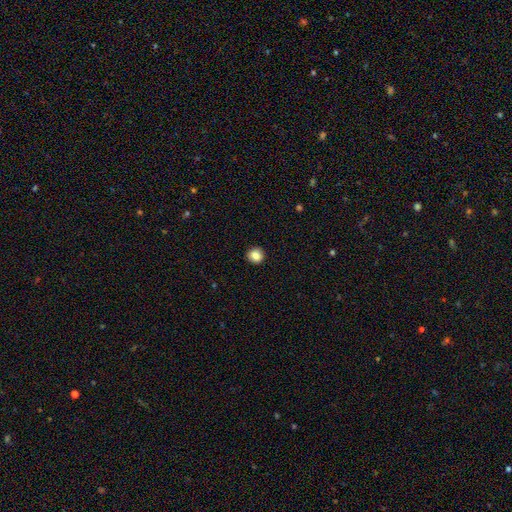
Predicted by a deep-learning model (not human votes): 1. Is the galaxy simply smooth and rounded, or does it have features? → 86% smooth, 10% star or artifact, 5% featured or disk.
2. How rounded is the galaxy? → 91% round, 8% in between, 1% cigar-shaped.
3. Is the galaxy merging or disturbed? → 92% none, 5% minor disturbance, 2% major disturbance, 1% merger.